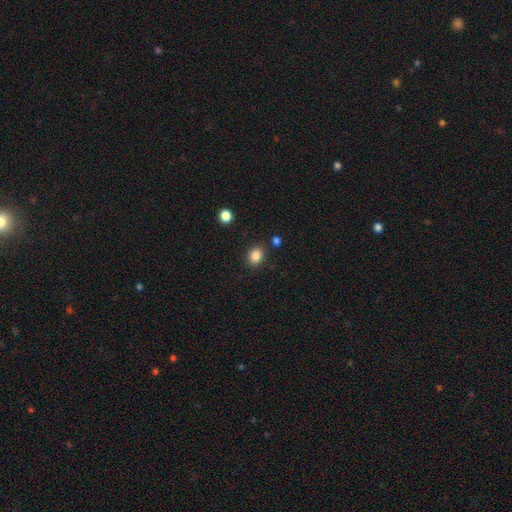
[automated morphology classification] This is clearly a smooth galaxy (86%). How rounded: possibly in between (57%). Merging: clearly none (85%).